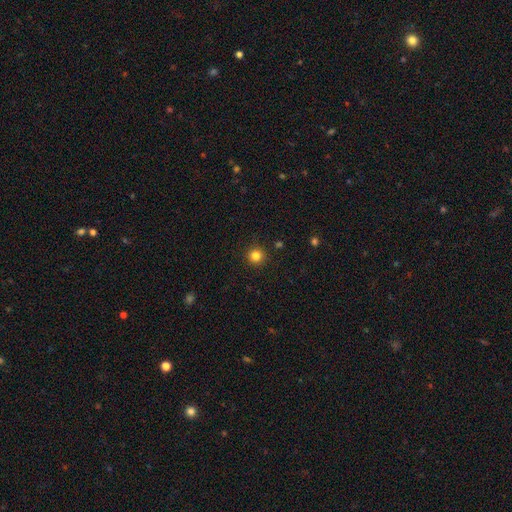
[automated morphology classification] A smooth galaxy with no disk features (83%) that is round (95%). Merging: none (92%).